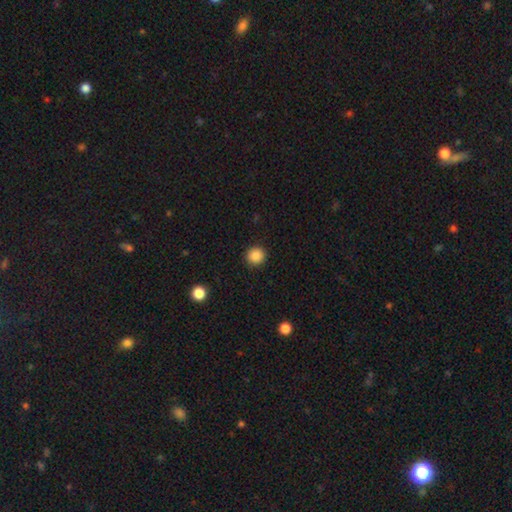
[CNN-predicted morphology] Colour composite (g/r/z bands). It shows a smooth galaxy with no disk features (87%) that is round (93%). Merging: none (92%).